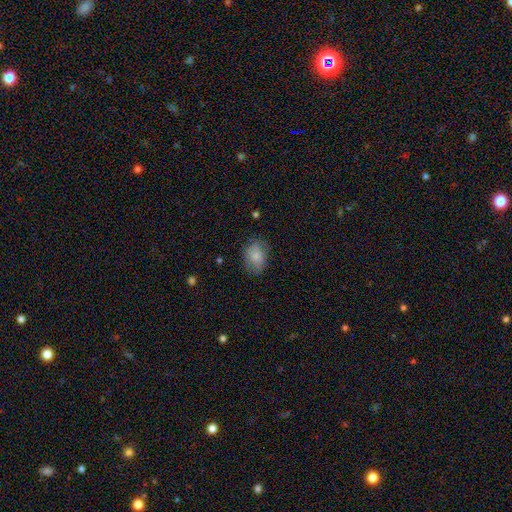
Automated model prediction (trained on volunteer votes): Overall: smooth (80%). How rounded: in between (74%). Merging: none (71%).